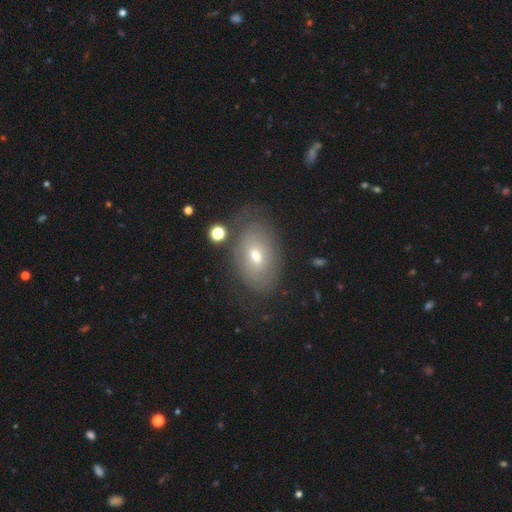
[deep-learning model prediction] Smooth or featured: smooth — 49% (featured or disk — 41%)
Merging: none — 68% (minor disturbance — 20%)